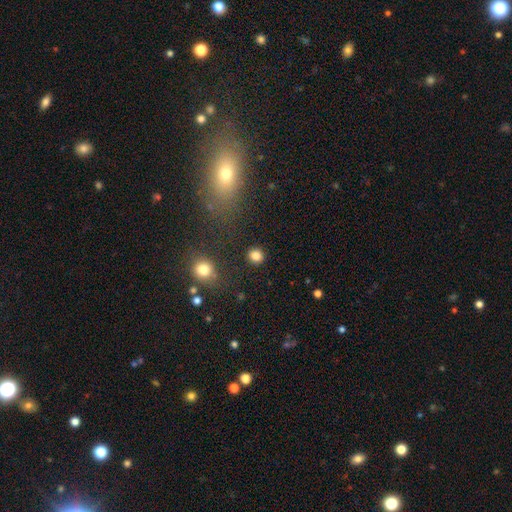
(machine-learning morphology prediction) Overall: smooth (84%). How rounded: round (88%). Merging: none (89%).